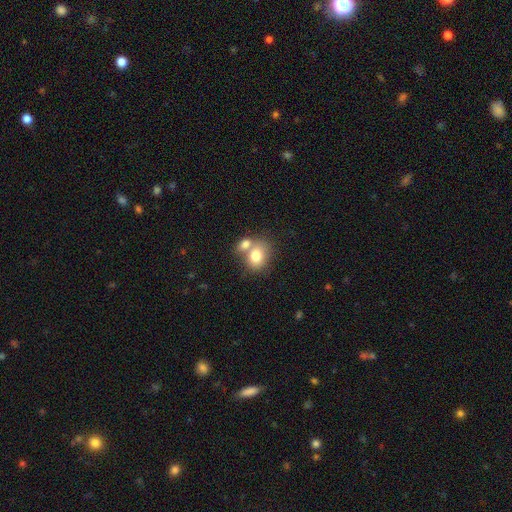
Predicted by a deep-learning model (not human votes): Smooth or featured? Predicted: smooth (p=0.78). How rounded? Predicted: in between (p=0.56). Merging? Predicted: merger (p=0.51).